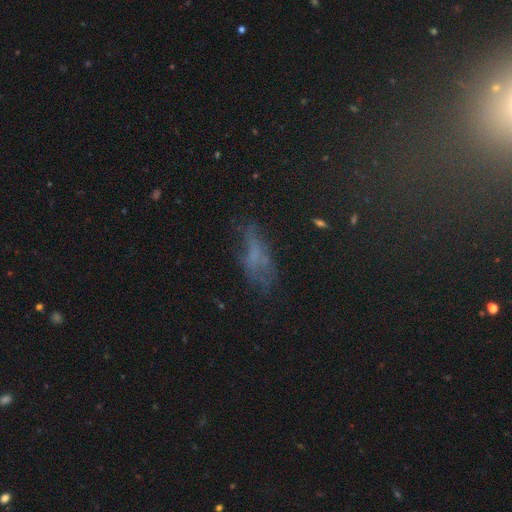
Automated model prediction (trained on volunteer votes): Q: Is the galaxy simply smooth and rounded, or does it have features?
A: smooth — 39%.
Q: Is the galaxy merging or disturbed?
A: none — 46%.